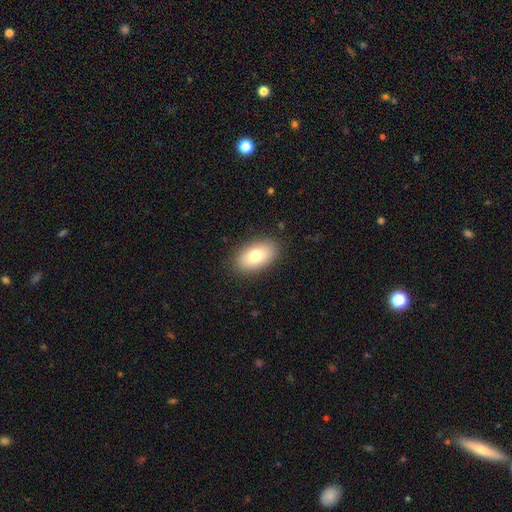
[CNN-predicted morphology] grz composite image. It shows a smooth galaxy with no disk features (77%) that is in between round and cigar-shaped (93%). Merging: none (87%).